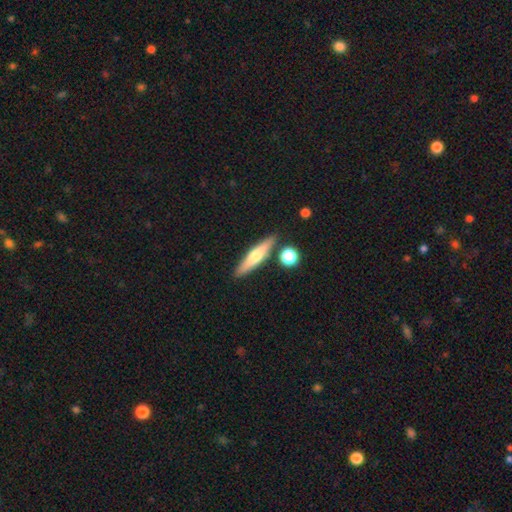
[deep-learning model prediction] Q: Smooth or featured?
A: smooth (49%); runner-up: featured or disk (44%)
Q: Merging?
A: none (82%); runner-up: minor disturbance (9%)